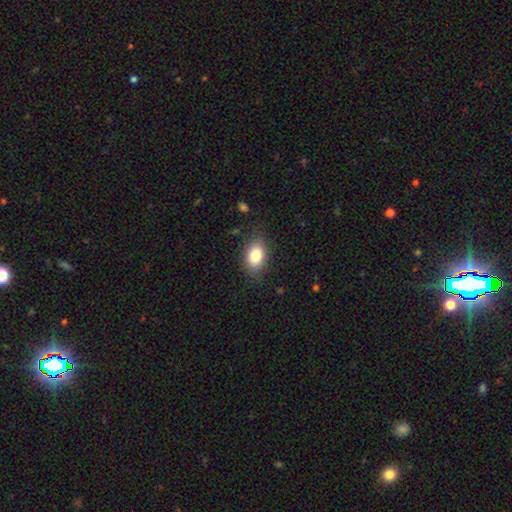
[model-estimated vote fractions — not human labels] smooth 82%, featured or disk 10%, star or artifact 8%. Down the decision tree: how rounded — in between (84%); merging — none (81%).